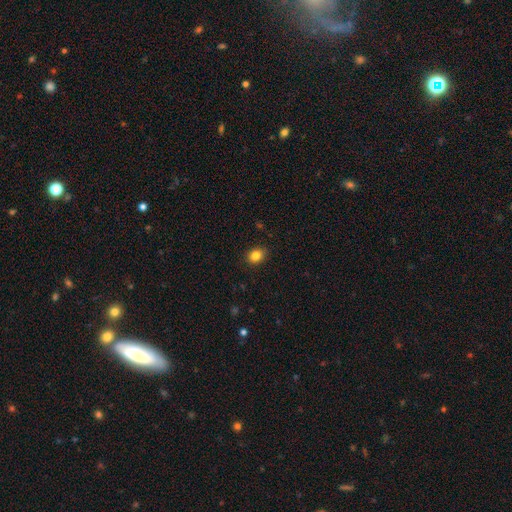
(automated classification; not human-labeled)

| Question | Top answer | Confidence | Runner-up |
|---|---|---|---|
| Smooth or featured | smooth | 84% | star or artifact (10%) |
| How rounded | in between | 52% | round (47%) |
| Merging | none | 89% | minor disturbance (8%) |